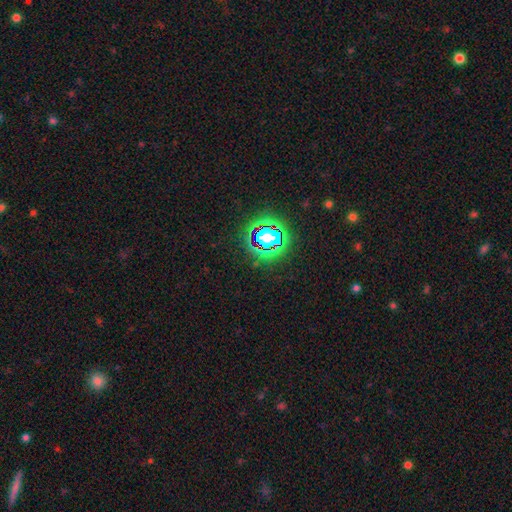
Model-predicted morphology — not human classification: smooth-or-featured: star or artifact: 80% | smooth: 13% | featured or disk: 7%